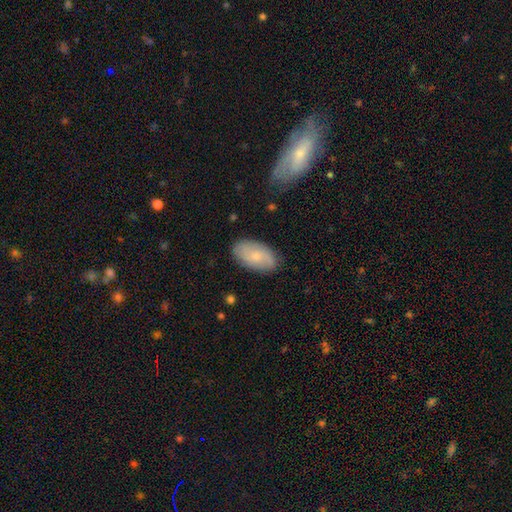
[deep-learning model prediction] This appears to be a smooth galaxy with no disk features (62%) that is in between round and cigar-shaped (94%). Merging: none (81%).